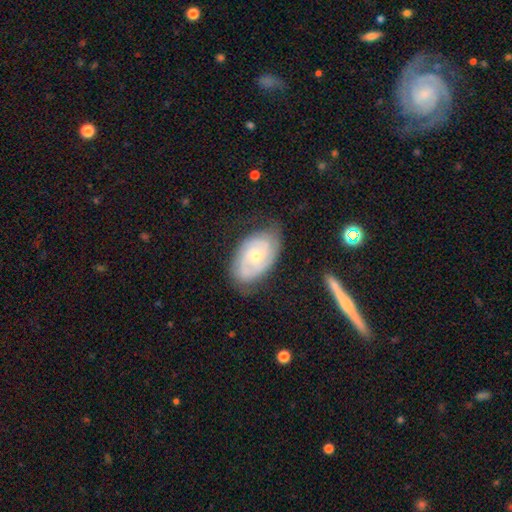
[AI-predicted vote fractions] smooth-or-featured: featured or disk: 77% | smooth: 18% | star or artifact: 6%
  disk-edge-on: no: 95% | yes: 5%
    bar: no: 75% | weak: 21% | strong: 4%
    has-spiral-arms: yes: 90% | no: 10%
      spiral-winding: tight: 65% | medium: 28% | loose: 7%
      spiral-arm-count: 2: 47% | can't tell: 30% | 3: 14% | 1: 4% | 4: 3% | more than 4: 3%
    bulge-size: small: 55% | moderate: 42% | large: 1% | none: 1% | dominant: 1%
  merging: none: 70% | minor disturbance: 22% | major disturbance: 6% | merger: 2%